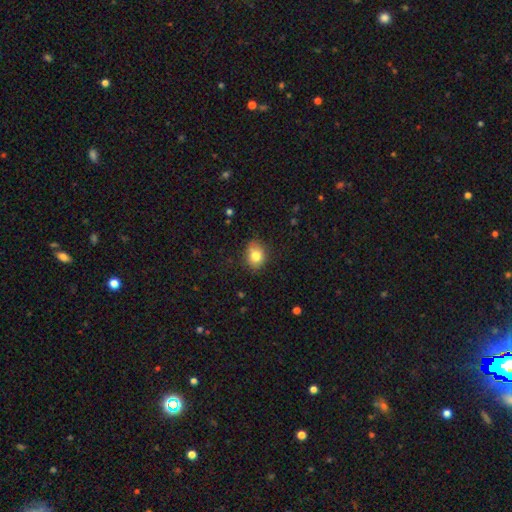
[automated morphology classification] Smooth or featured?
  - smooth: 80% *
  - featured or disk: 11%
  - star or artifact: 10%
How rounded?
  - in between: 57% *
  - round: 42%
  - cigar-shaped: 1%
Merging?
  - none: 79% *
  - minor disturbance: 17%
  - major disturbance: 3%
  - merger: 1%